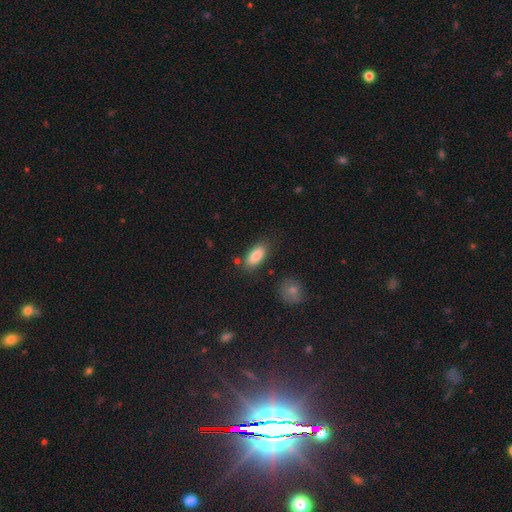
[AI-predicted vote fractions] This appears to be a smooth galaxy with no disk features (87%) that is in between round and cigar-shaped (89%). Merging: none (79%).